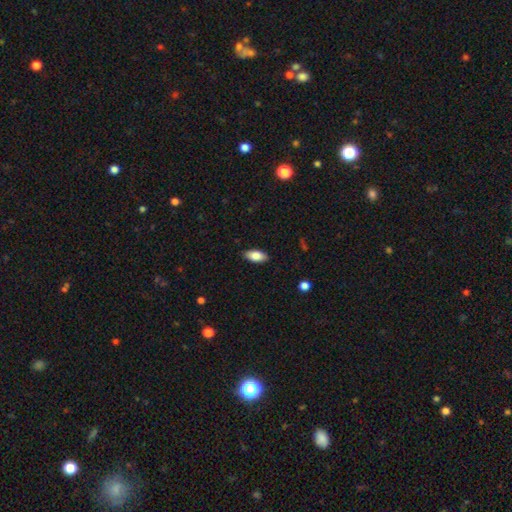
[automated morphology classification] Smooth or featured? smooth (85%)
How rounded? in between (90%)
Merging? none (88%)